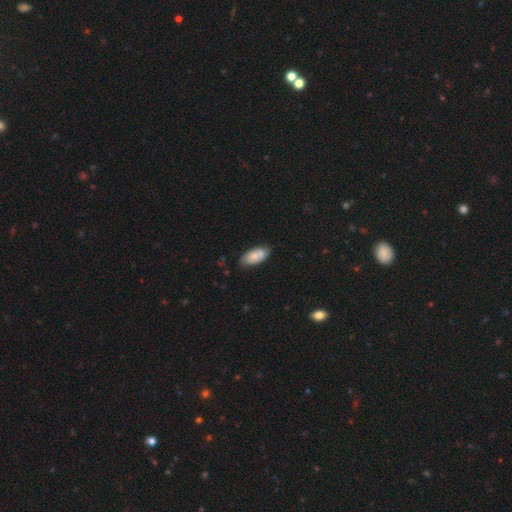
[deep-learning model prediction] smooth 66%, featured or disk 27%, star or artifact 7%. Down the decision tree: how rounded — in between (89%); merging — none (68%).